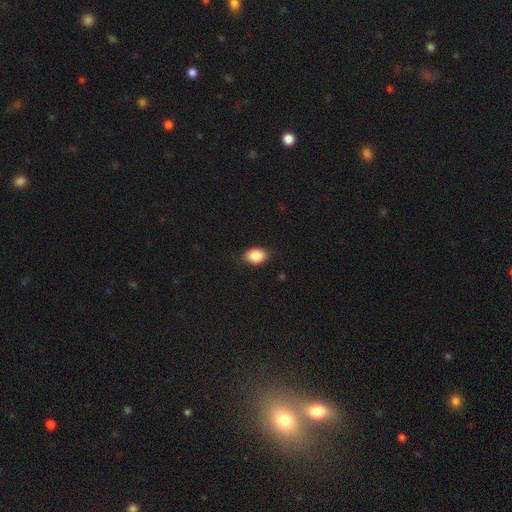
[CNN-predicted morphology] A smooth galaxy with no disk features (86%) that is in between round and cigar-shaped (77%). Merging: none (83%).